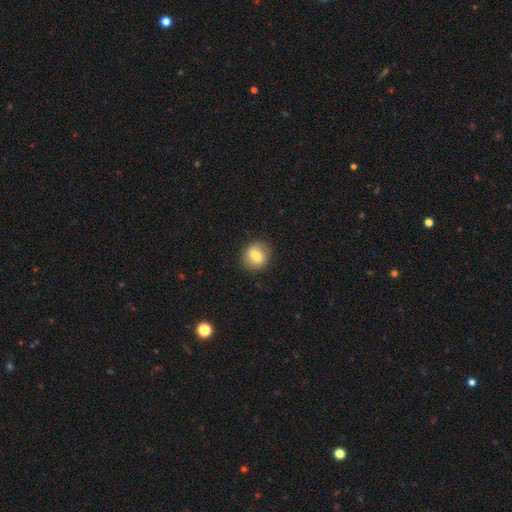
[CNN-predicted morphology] The model was most divided on "smooth or featured": smooth: 71%, featured or disk: 21%, star or artifact: 8%. More confident: merging — none (87%); how rounded — round (85%).